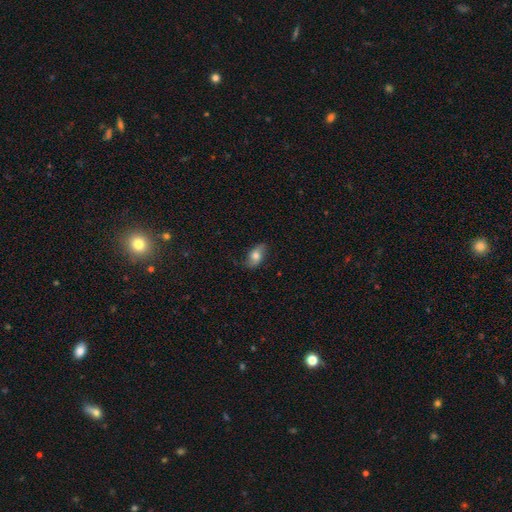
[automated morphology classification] Smooth or featured?
  - smooth: 58% *
  - featured or disk: 33%
  - star or artifact: 8%
How rounded?
  - in between: 87% *
  - round: 9%
  - cigar-shaped: 4%
Merging?
  - none: 73% *
  - minor disturbance: 20%
  - major disturbance: 6%
  - merger: 1%